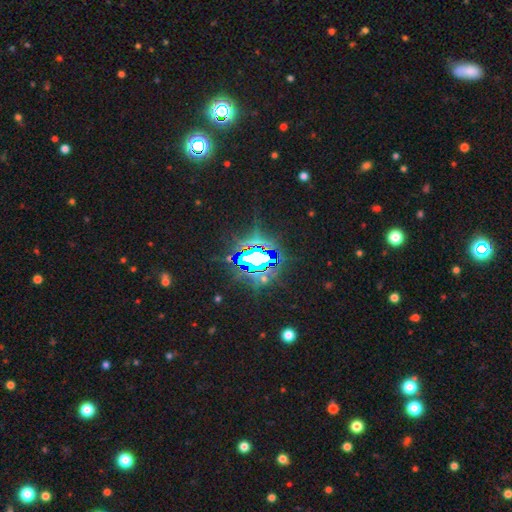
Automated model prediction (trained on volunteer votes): This appears to be a star or artifact, not a galaxy (81%).